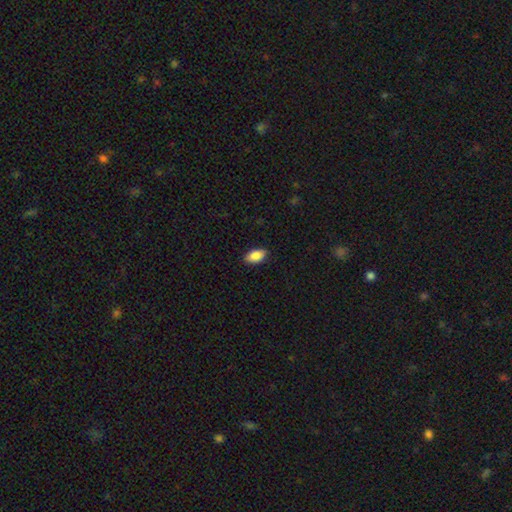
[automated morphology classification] smooth 88%, star or artifact 7%, featured or disk 5%. Down the decision tree: how rounded — in between (93%); merging — none (87%).